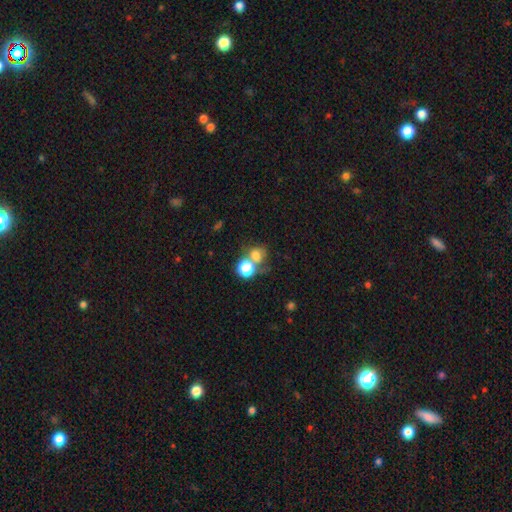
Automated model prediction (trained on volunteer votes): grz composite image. It shows a smooth galaxy with no disk features (70%) that is round (71%). Merging: merger (43%).